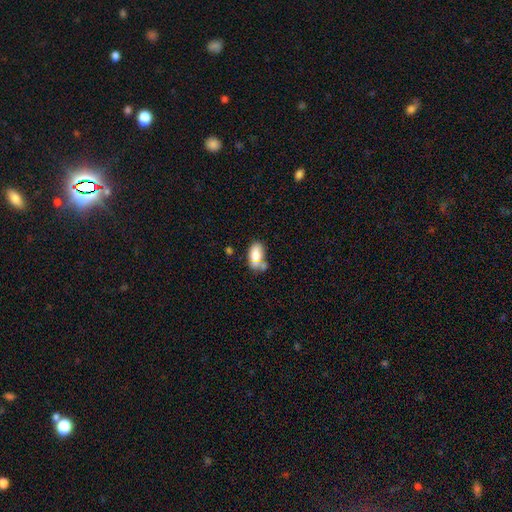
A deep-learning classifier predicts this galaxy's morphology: Smooth or featured: smooth — 79% (featured or disk — 14%)
How rounded: in between — 92% (round — 5%)
Merging: none — 41% (merger — 31%)